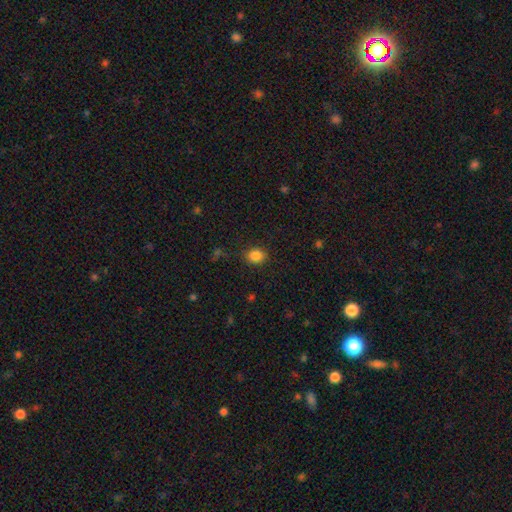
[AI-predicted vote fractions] A smooth galaxy with no disk features (85%) that is round (70%). Merging: none (86%).